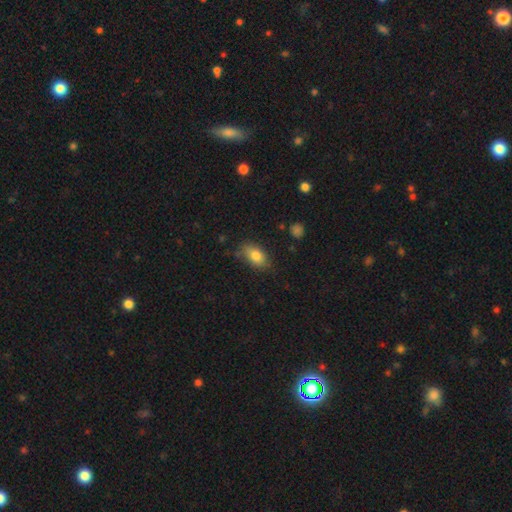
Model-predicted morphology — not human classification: Smooth or featured? Predicted: smooth (p=0.80). How rounded? Predicted: in between (p=0.87). Merging? Predicted: none (p=0.72).